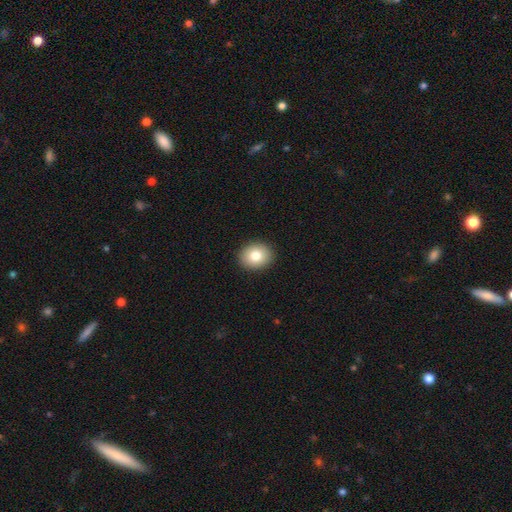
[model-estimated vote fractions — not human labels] Smooth or featured: smooth — 81% (featured or disk — 10%)
How rounded: round — 57% (in between — 43%)
Merging: none — 92% (minor disturbance — 6%)